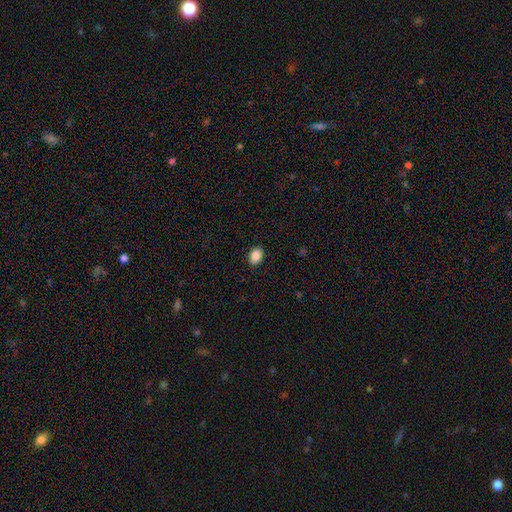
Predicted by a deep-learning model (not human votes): smooth_or_featured: smooth (p=0.88) [alt: star or artifact p=0.08]
how_rounded: in between (p=0.81) [alt: round p=0.18]
merging: none (p=0.89) [alt: minor disturbance p=0.08]